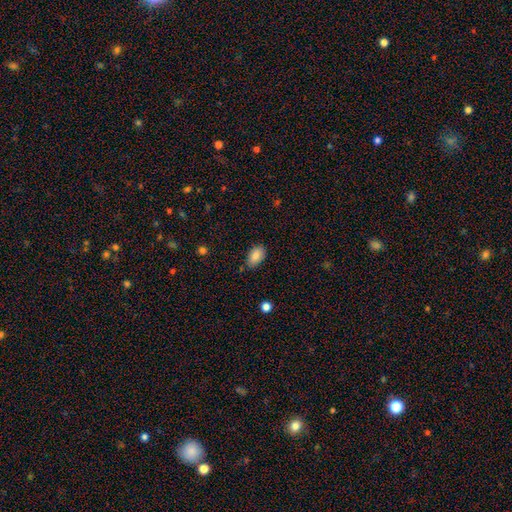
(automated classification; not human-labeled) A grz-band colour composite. It shows a smooth galaxy with no disk features (87%) that is in between round and cigar-shaped (92%). Merging: none (79%).